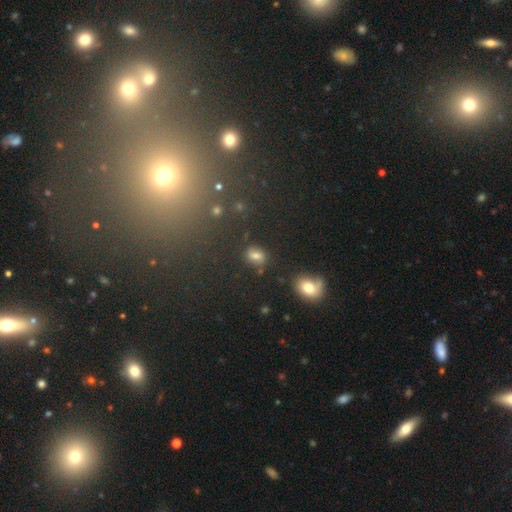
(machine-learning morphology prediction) This appears to be a smooth galaxy with no disk features (69%) that is in between round and cigar-shaped (60%). Merging: none (69%).